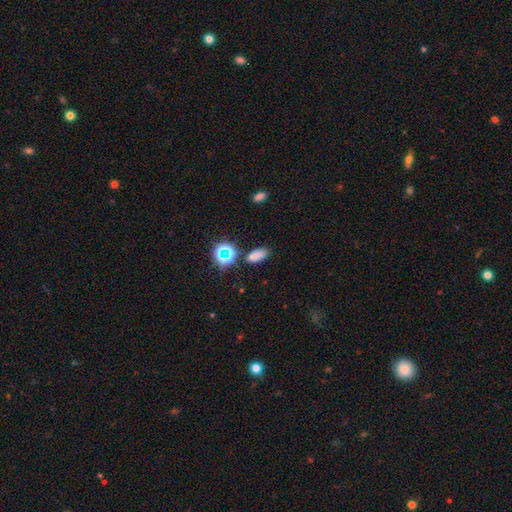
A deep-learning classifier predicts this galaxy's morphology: Smooth or featured? Predicted: smooth (p=0.73). How rounded? Predicted: in between (p=0.86). Merging? Predicted: none (p=0.80).